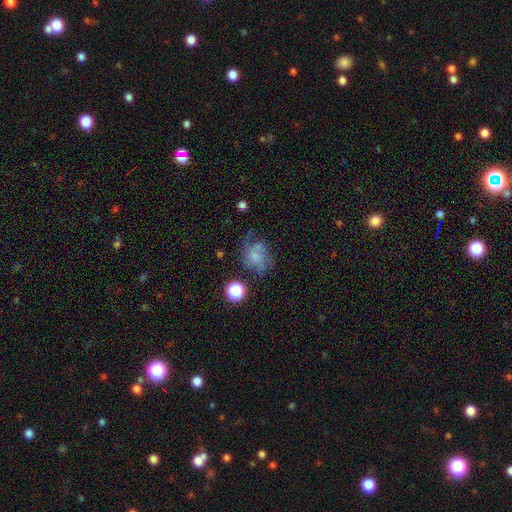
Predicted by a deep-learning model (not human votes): Q: Smooth or featured?
A: smooth (53%); runner-up: featured or disk (33%)
Q: How rounded?
A: round (55%); runner-up: in between (44%)
Q: Merging?
A: none (46%); runner-up: minor disturbance (25%)